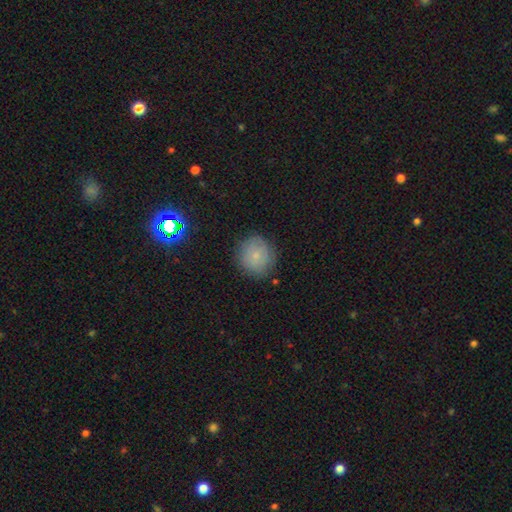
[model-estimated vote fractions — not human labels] Smooth or featured? smooth (76%)
How rounded? round (90%)
Merging? none (83%)